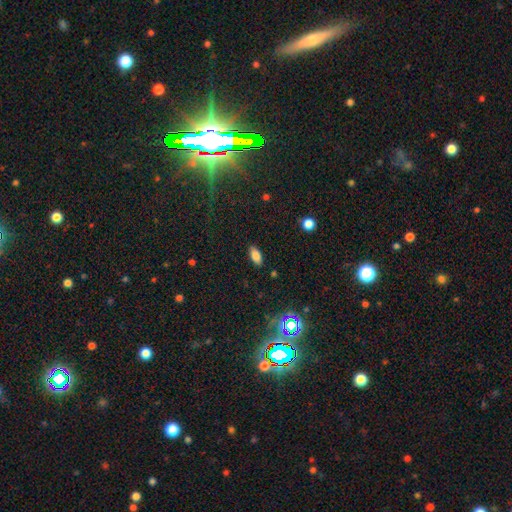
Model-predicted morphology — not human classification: Smooth or featured: smooth — 82% (star or artifact — 10%)
How rounded: in between — 89% (cigar-shaped — 8%)
Merging: none — 88% (minor disturbance — 9%)